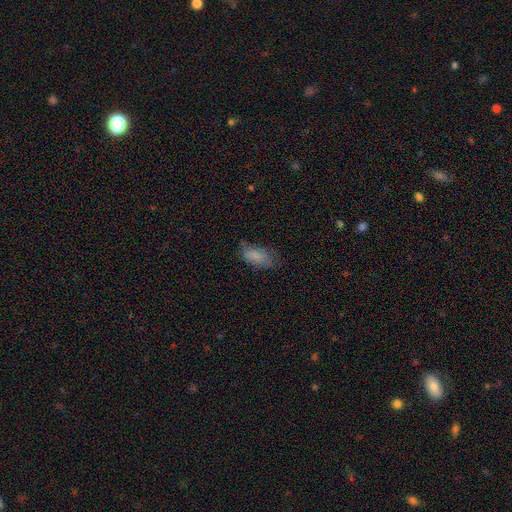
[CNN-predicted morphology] The model was most divided on "merging": none: 61%, minor disturbance: 28%, major disturbance: 10%, merger: 2%. More confident: how rounded — in between (90%); smooth or featured — smooth (82%).